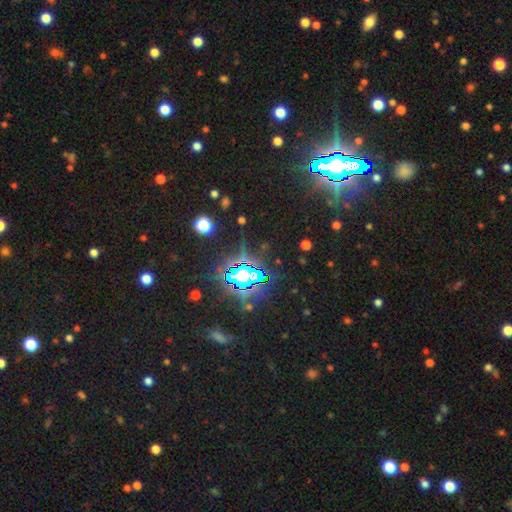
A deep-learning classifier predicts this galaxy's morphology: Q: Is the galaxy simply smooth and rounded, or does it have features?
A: star or artifact — 84%.